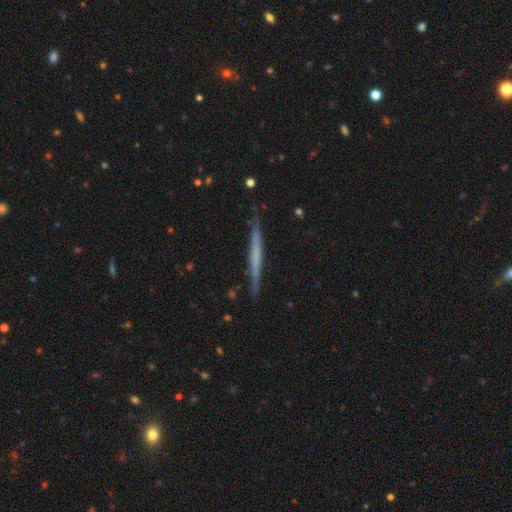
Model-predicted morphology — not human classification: A featured or disk galaxy (55%) viewed edge-on (97%) with no central bulge (86%). Merging: none (88%).